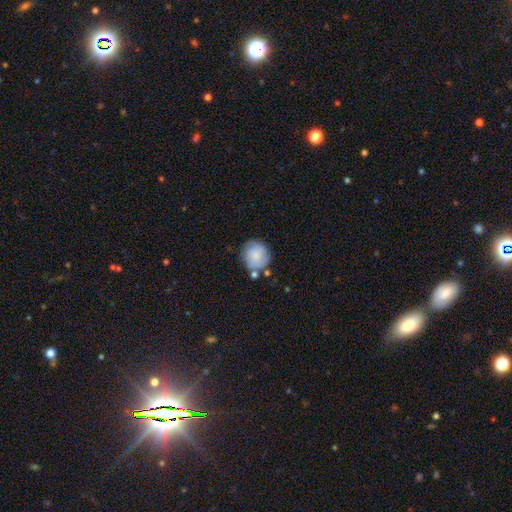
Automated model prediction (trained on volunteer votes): The model was most divided on "merging": none: 60%, minor disturbance: 20%, merger: 13%, major disturbance: 7%. More confident: how rounded — round (85%); smooth or featured — smooth (68%).